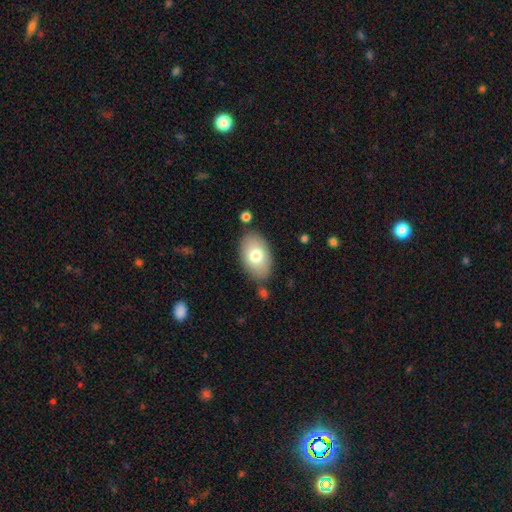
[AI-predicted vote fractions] This appears to be a smooth galaxy with no disk features (75%) that is in between round and cigar-shaped (91%). Merging: none (79%).